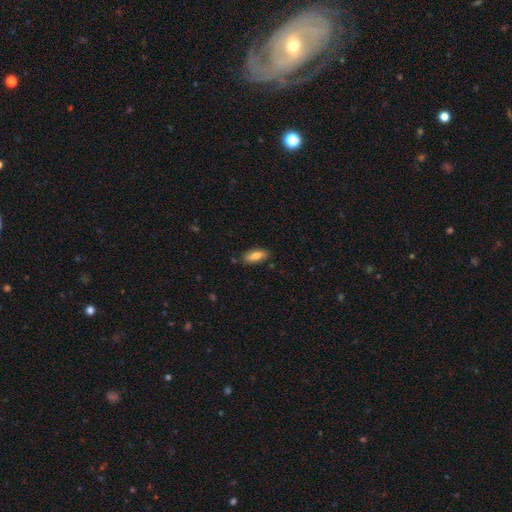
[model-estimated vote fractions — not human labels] Morphology: type=smooth (78%); roundness=in between (78%); merging=none (84%).